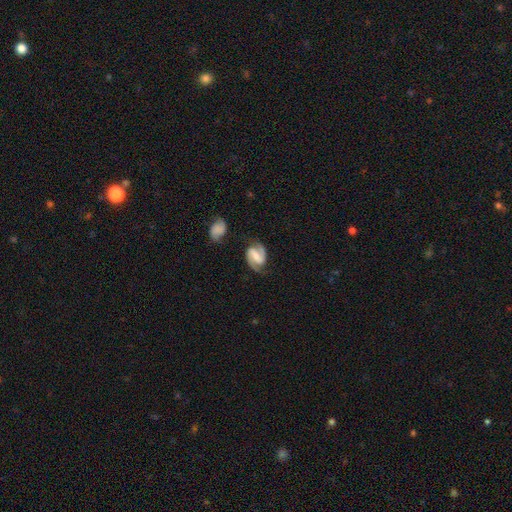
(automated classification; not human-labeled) smooth-or-featured: featured or disk: 87% | smooth: 8% | star or artifact: 5%
  disk-edge-on: no: 98% | yes: 2%
    bar: strong: 50% | weak: 37% | no: 13%
    has-spiral-arms: yes: 97% | no: 3%
      spiral-winding: medium: 54% | tight: 27% | loose: 18%
      spiral-arm-count: 2: 93% | can't tell: 2% | 1: 2% | 3: 1% | 4: 1% | more than 4: 1%
    bulge-size: small: 32% | none: 31% | moderate: 28% | large: 7% | dominant: 2%
  merging: none: 77% | minor disturbance: 15% | major disturbance: 5% | merger: 4%